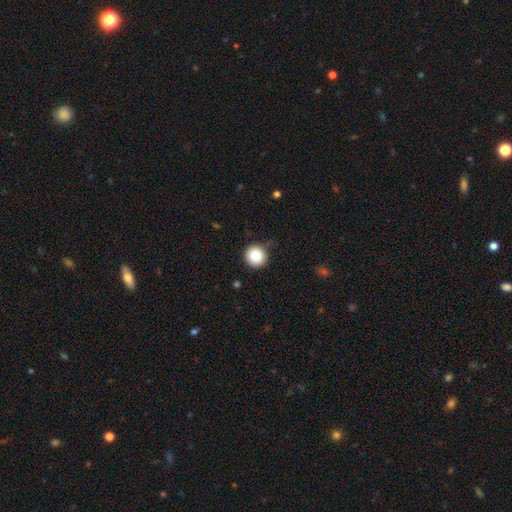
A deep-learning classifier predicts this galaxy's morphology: Smooth or featured? Predicted: smooth (p=0.86). How rounded? Predicted: round (p=0.95). Merging? Predicted: none (p=0.80).